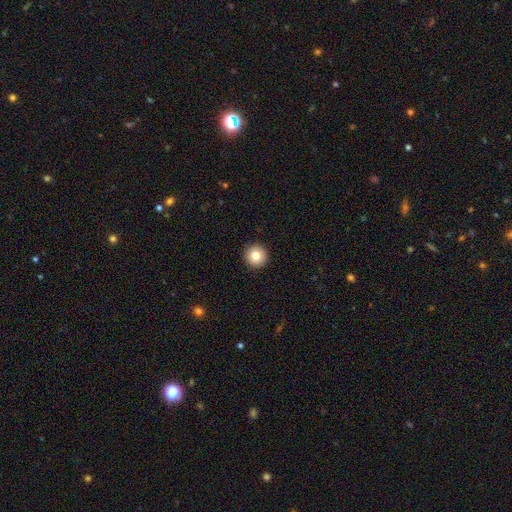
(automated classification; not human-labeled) A smooth galaxy with no disk features (82%) that is round (96%). Merging: none (93%).